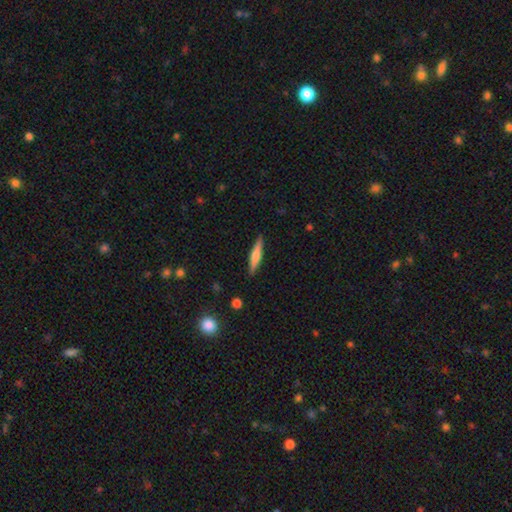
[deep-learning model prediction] smooth-or-featured: smooth: 56% | featured or disk: 38% | star or artifact: 6%
  how-rounded: cigar-shaped: 89% | in between: 10% | round: 2%
  merging: none: 90% | minor disturbance: 8% | major disturbance: 2% | merger: 1%